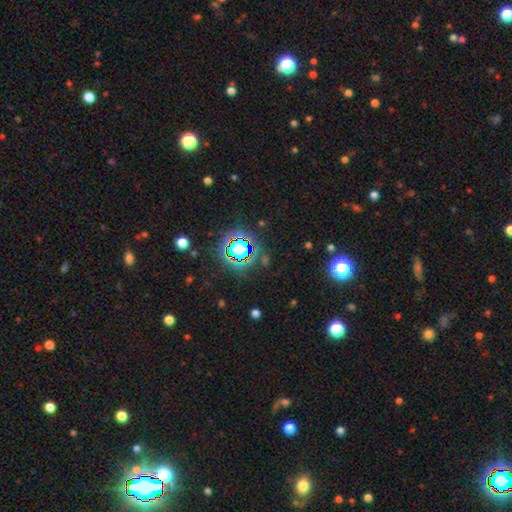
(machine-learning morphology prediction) star or artifact 82%, smooth 11%, featured or disk 7%.